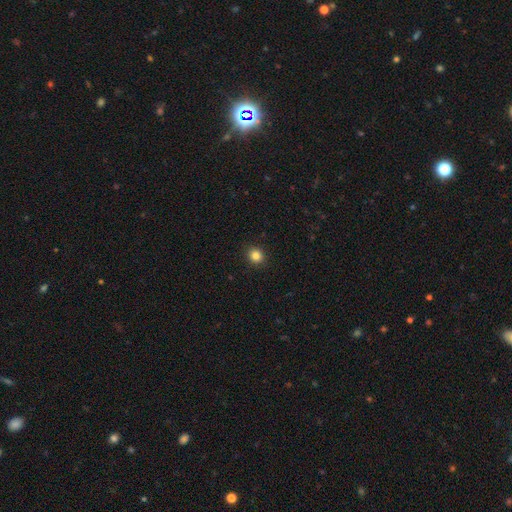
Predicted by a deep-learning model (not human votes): The model was most divided on "how rounded": round: 84%, in between: 15%, cigar-shaped: 1%. More confident: merging — none (92%); smooth or featured — smooth (84%).